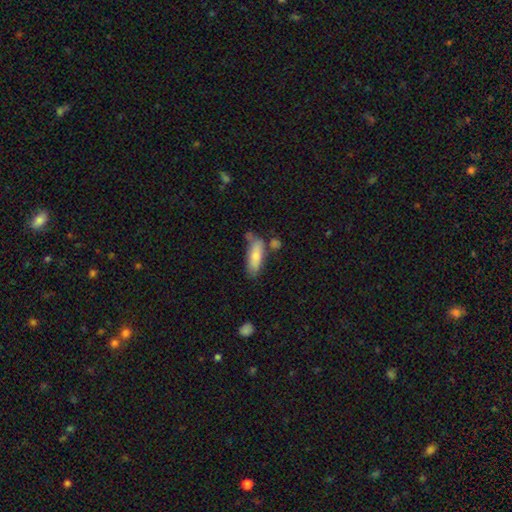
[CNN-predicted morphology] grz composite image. It shows a smooth galaxy with no disk features (74%) that is in between round and cigar-shaped (59%). Merging: none (54%).